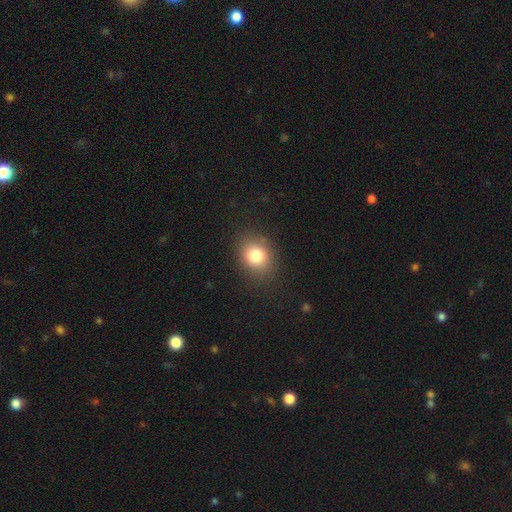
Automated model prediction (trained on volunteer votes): Q: Smooth or featured?
A: smooth (81%); runner-up: star or artifact (12%)
Q: How rounded?
A: round (60%); runner-up: in between (39%)
Q: Merging?
A: none (85%); runner-up: minor disturbance (10%)